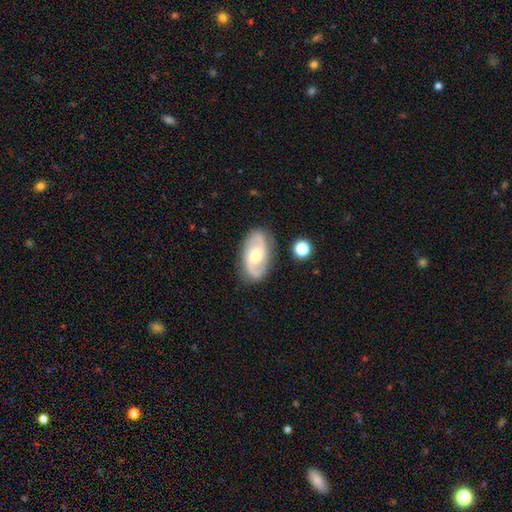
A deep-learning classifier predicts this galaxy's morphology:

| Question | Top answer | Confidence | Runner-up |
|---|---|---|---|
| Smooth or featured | featured or disk | 78% | smooth (16%) |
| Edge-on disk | no | 95% | yes (5%) |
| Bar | no | 50% | weak (39%) |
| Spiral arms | yes | 93% | no (7%) |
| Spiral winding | medium | 47% | loose (31%) |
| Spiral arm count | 2 | 88% | can't tell (6%) |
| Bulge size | moderate | 61% | small (33%) |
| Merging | none | 82% | minor disturbance (12%) |